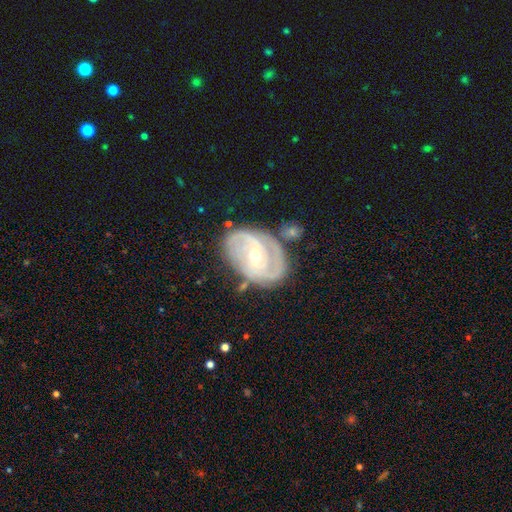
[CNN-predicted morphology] smooth-or-featured: featured or disk: 86% | smooth: 8% | star or artifact: 5%
  disk-edge-on: no: 97% | yes: 3%
    bar: weak: 43% | no: 41% | strong: 16%
    has-spiral-arms: yes: 94% | no: 6%
      spiral-winding: tight: 54% | medium: 36% | loose: 10%
      spiral-arm-count: 2: 59% | can't tell: 16% | 3: 15% | 1: 4% | 4: 4% | more than 4: 3%
    bulge-size: moderate: 50% | small: 47% | large: 2% | none: 1% | dominant: 1%
  merging: none: 68% | minor disturbance: 19% | major disturbance: 7% | merger: 6%